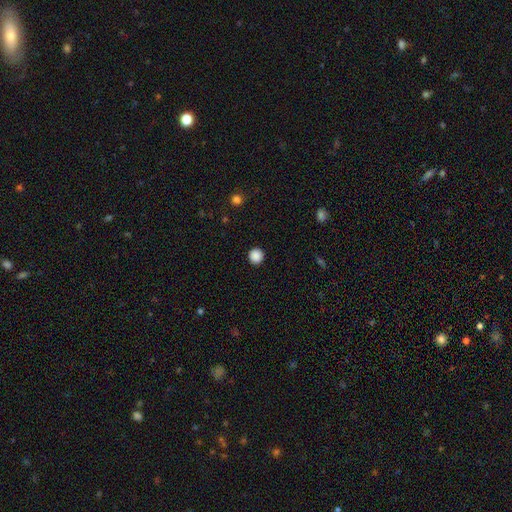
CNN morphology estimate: smooth 88%, star or artifact 10%, featured or disk 2%. Down the decision tree: how rounded — round (94%); merging — none (93%).